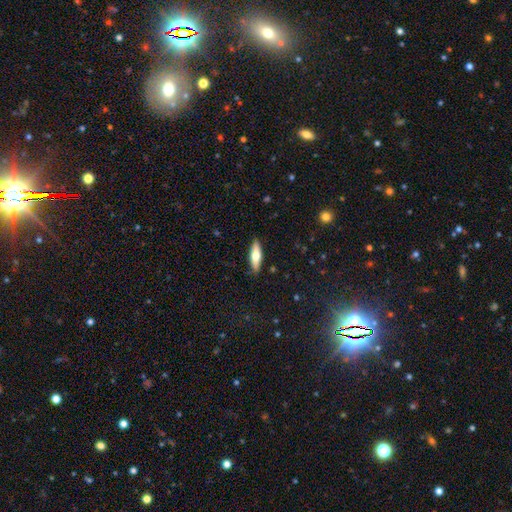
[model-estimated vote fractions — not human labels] Smooth or featured? smooth (64%)
How rounded? cigar-shaped (56%)
Merging? none (88%)